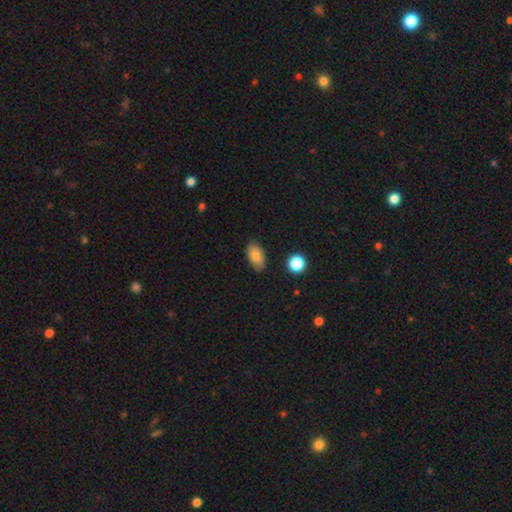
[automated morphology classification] Overall: smooth (83%). How rounded: in between (92%). Merging: none (85%).